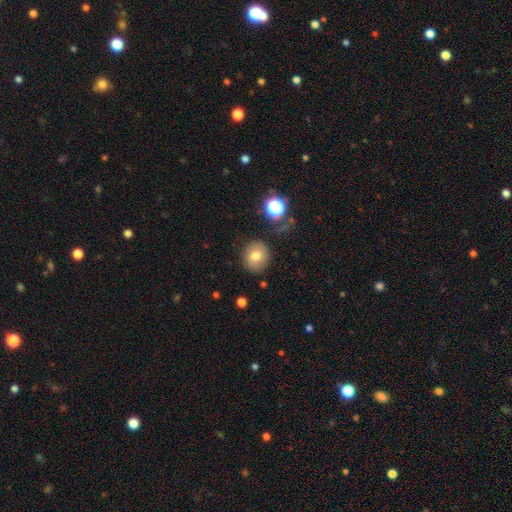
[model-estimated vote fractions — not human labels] Overall: smooth (76%). How rounded: round (83%). Merging: none (81%).